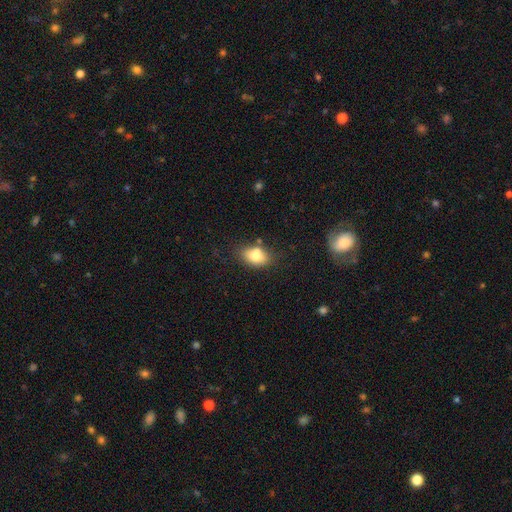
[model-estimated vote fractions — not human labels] smooth_or_featured: smooth (p=0.77) [alt: featured or disk p=0.14]
how_rounded: in between (p=0.80) [alt: round p=0.18]
merging: none (p=0.66) [alt: minor disturbance p=0.19]